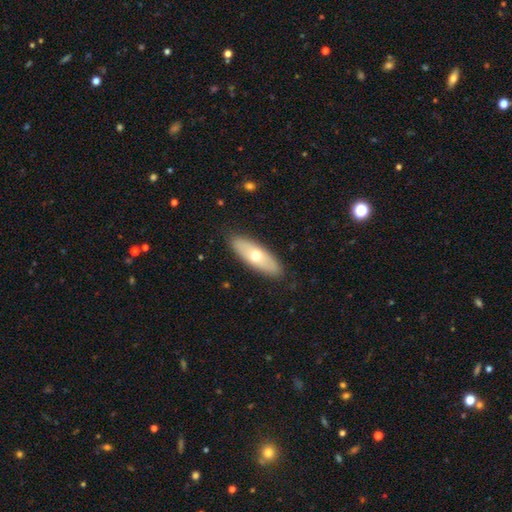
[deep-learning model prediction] This is possibly a smooth galaxy (58%). How rounded: likely in between (60%). Merging: clearly none (88%).